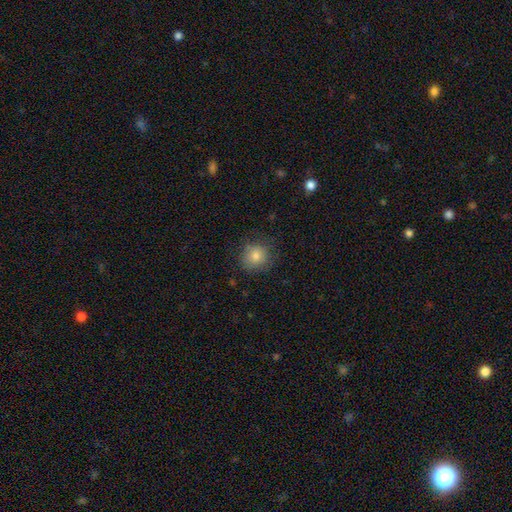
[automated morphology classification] smooth 80%, star or artifact 12%, featured or disk 8%. Down the decision tree: how rounded — round (87%); merging — none (81%).